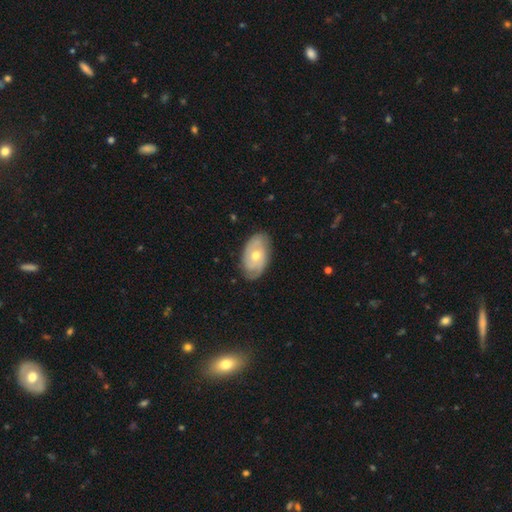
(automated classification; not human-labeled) Smooth or featured? featured or disk (65%)
Edge-on disk? no (93%)
Bar? no (77%)
Spiral arms? yes (78%)
Bulge size? moderate (67%)
Merging? none (80%)